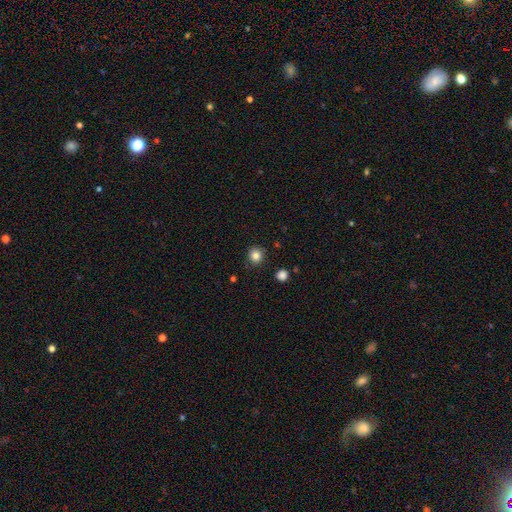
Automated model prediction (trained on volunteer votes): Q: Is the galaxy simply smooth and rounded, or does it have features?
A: smooth — 84%.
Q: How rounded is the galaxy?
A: round — 91%.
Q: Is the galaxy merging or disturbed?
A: none — 88%.